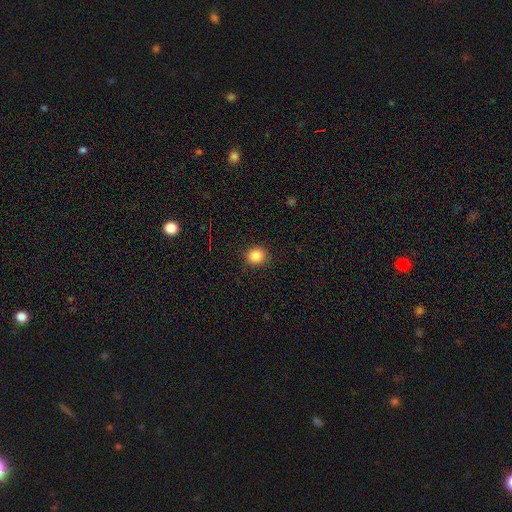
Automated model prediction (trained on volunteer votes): Morphology: type=smooth (85%); roundness=round (83%); merging=none (89%).